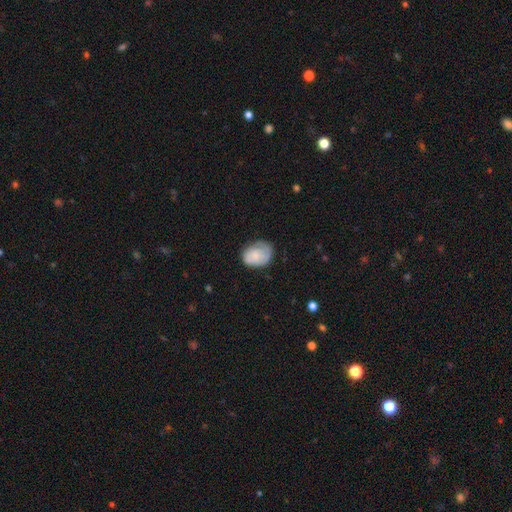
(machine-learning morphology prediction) This is likely a smooth galaxy (60%). How rounded: likely in between (62%). Merging: possibly none (56%).